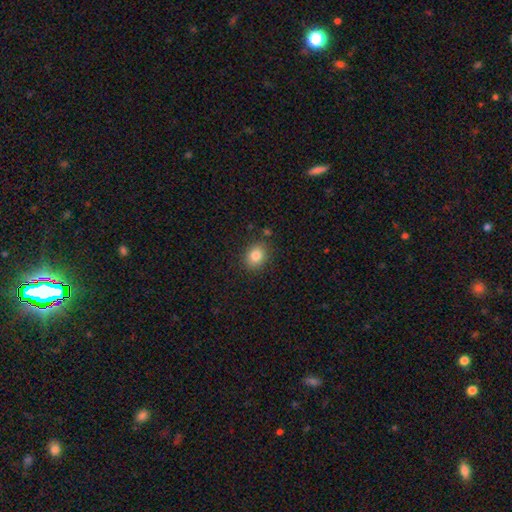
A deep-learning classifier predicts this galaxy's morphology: Smooth or featured: smooth — 84% (star or artifact — 10%)
How rounded: round — 55% (in between — 44%)
Merging: none — 84% (minor disturbance — 10%)